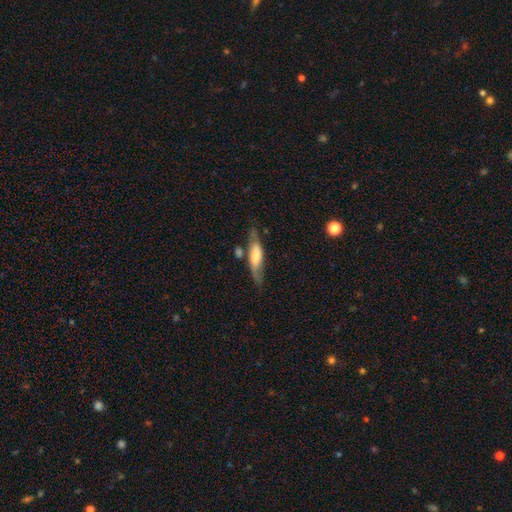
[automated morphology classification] smooth_or_featured: smooth (p=0.50) [alt: featured or disk p=0.43]
how_rounded: cigar-shaped (p=0.63) [alt: in between p=0.34]
merging: none (p=0.61) [alt: minor disturbance p=0.22]